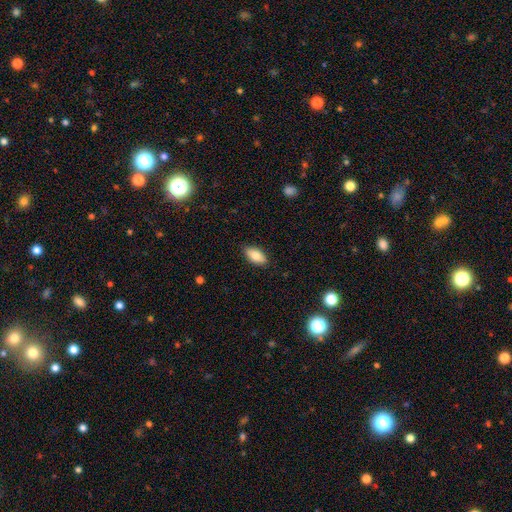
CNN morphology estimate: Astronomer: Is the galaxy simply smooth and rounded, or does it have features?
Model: smooth — 83%.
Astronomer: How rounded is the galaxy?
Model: in between — 91%.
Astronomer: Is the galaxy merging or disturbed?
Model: none — 88%.